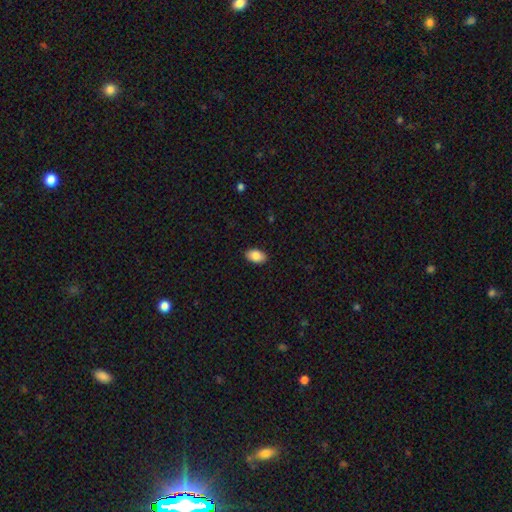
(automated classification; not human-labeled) Smooth or featured? smooth (87%)
How rounded? in between (92%)
Merging? none (89%)